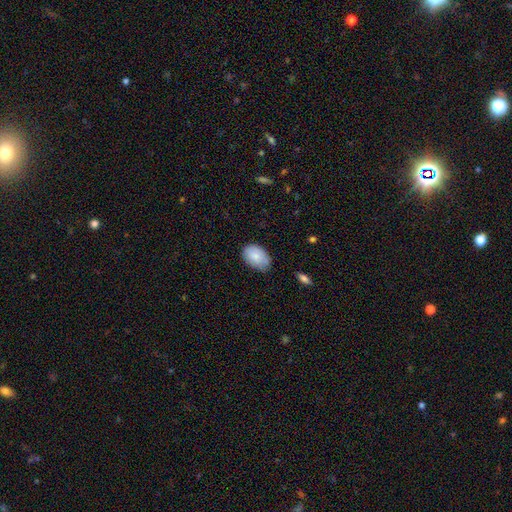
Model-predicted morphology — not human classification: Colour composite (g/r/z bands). It shows a smooth galaxy with no disk features (83%) that is in between round and cigar-shaped (87%). Merging: none (72%).